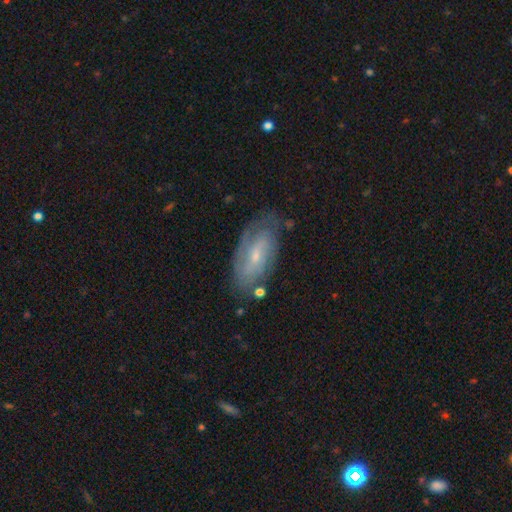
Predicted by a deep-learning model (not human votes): A featured or disk galaxy (71%) with a weak bar (43%), 2 (46%) tight (49%) spiral arms (84%) and a small central bulge (71%). Merging: none (69%).